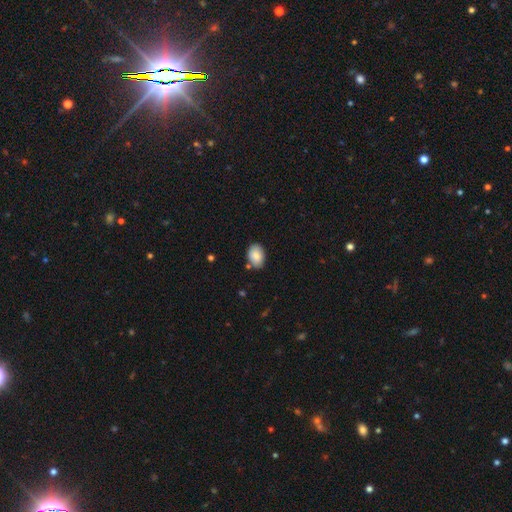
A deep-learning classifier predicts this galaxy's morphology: type=smooth (86%); roundness=in between (82%); merging=none (78%).